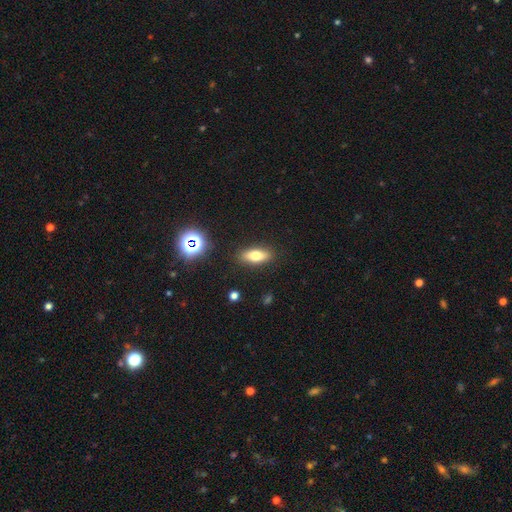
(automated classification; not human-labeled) Smooth or featured? smooth (71%)
How rounded? in between (74%)
Merging? none (87%)